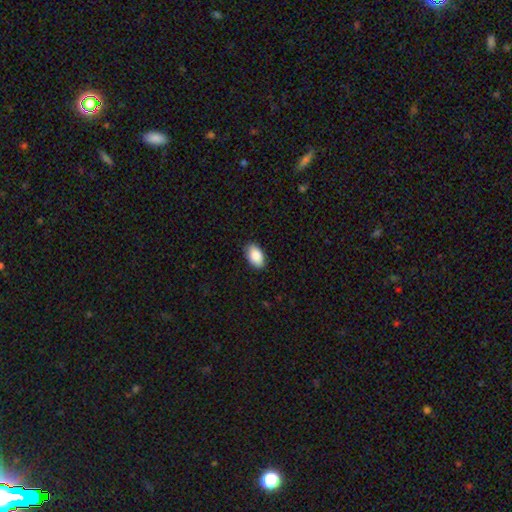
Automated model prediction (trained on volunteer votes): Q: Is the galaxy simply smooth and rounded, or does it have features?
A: smooth — 89%.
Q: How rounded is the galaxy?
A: in between — 94%.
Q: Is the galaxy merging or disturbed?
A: none — 88%.